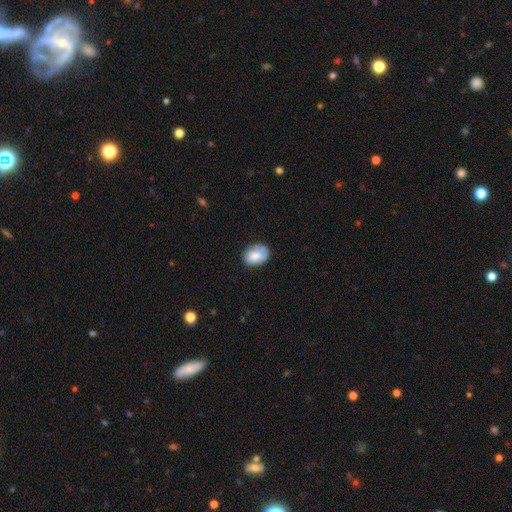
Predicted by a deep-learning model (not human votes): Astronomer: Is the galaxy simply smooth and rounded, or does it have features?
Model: smooth — 79%.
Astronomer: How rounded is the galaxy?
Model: in between — 71%.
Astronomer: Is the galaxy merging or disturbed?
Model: none — 73%.